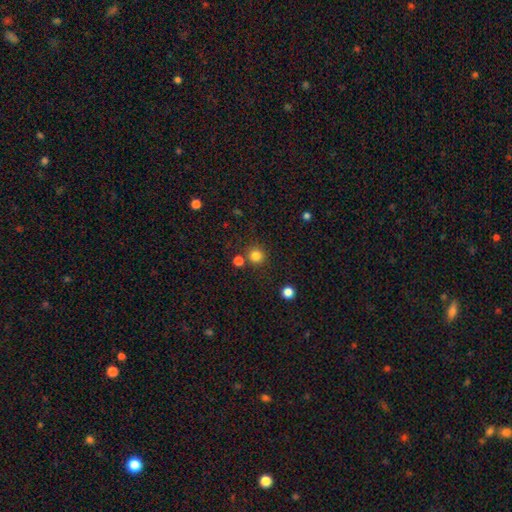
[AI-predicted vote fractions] Smooth or featured?
  - smooth: 82% *
  - star or artifact: 14%
  - featured or disk: 4%
How rounded?
  - round: 94% *
  - in between: 5%
  - cigar-shaped: 1%
Merging?
  - none: 82% *
  - merger: 9%
  - minor disturbance: 7%
  - major disturbance: 3%